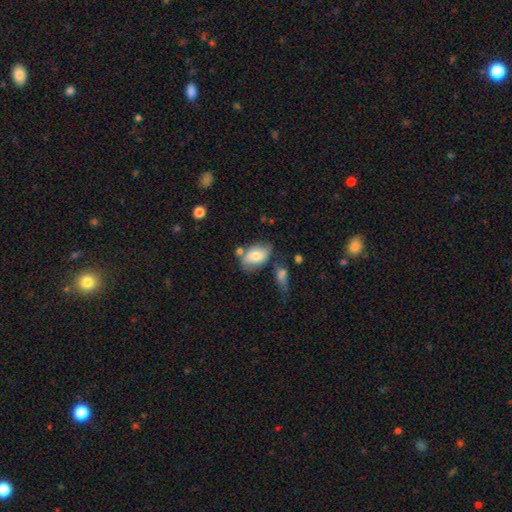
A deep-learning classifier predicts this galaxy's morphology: A smooth galaxy with no disk features (69%) that is in between round and cigar-shaped (88%).

Vote fractions:
- Smooth or featured? smooth: 69% / featured or disk: 24% / star or artifact: 7%
- How rounded? in between: 88% / round: 10% / cigar-shaped: 2%
- Merging? none: 52% / minor disturbance: 25% / merger: 15% / major disturbance: 9%